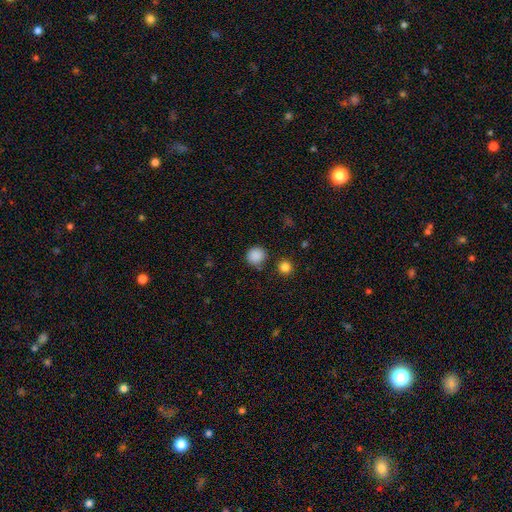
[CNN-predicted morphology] Smooth or featured?
  - smooth: 87% *
  - star or artifact: 10%
  - featured or disk: 3%
How rounded?
  - round: 91% *
  - in between: 8%
  - cigar-shaped: 1%
Merging?
  - none: 83% *
  - minor disturbance: 10%
  - merger: 4%
  - major disturbance: 3%